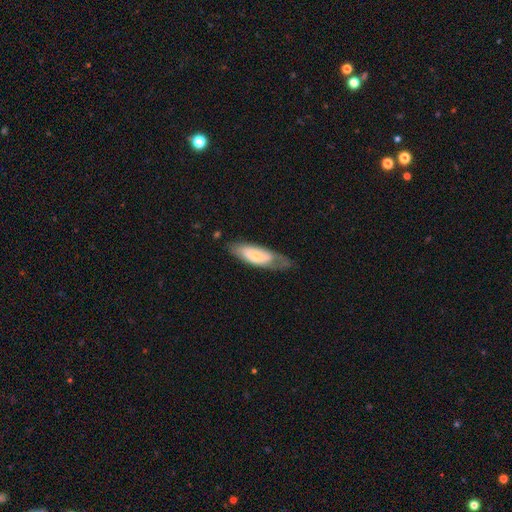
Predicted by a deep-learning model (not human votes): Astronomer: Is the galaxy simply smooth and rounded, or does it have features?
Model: smooth — 59% (runner-up: featured or disk, 35%).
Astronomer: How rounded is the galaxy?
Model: in between — 69%.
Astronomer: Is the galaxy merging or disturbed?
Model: none — 50% (runner-up: minor disturbance, 31%).